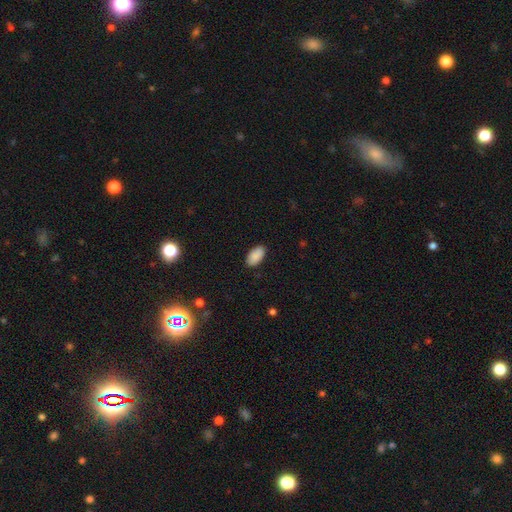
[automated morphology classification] smooth 89%, star or artifact 7%, featured or disk 3%. Down the decision tree: how rounded — in between (95%); merging — none (88%).